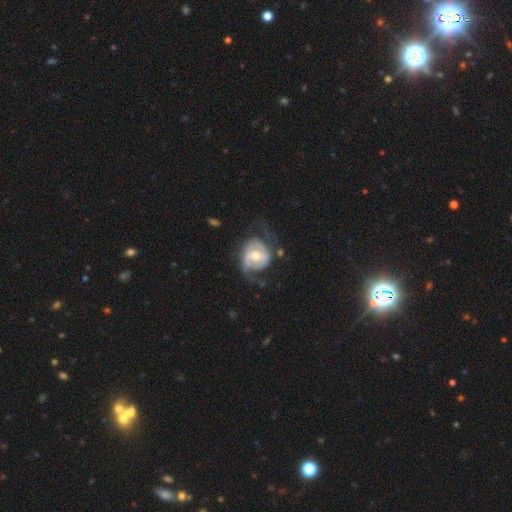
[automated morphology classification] This is likely a featured or disk galaxy (77%). It is clearly not viewed edge-on (97%). Bar: possibly no (52%). Spiral arm pattern: clearly yes (87%). Spiral arm count: likely 2 (62%). Spiral winding: marginally medium (38%). Central bulge: likely moderate (67%). Merging: possibly none (48%).